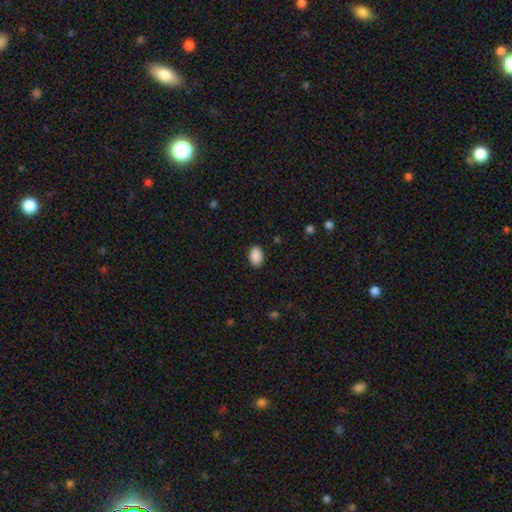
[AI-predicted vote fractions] A smooth galaxy with no disk features (90%) that is in between round and cigar-shaped (88%).

Vote fractions:
- Smooth or featured? smooth: 90% / star or artifact: 7% / featured or disk: 2%
- How rounded? in between: 88% / round: 11% / cigar-shaped: 1%
- Merging? none: 89% / minor disturbance: 8% / major disturbance: 2% / merger: 1%